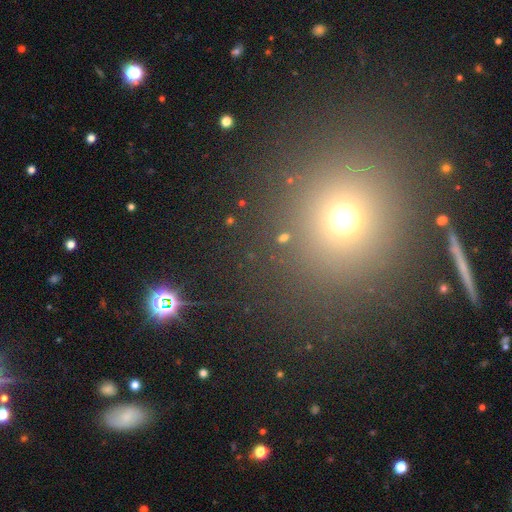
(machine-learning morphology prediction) A smooth galaxy with no disk features (53%) that is round (88%). Merging: none (88%).